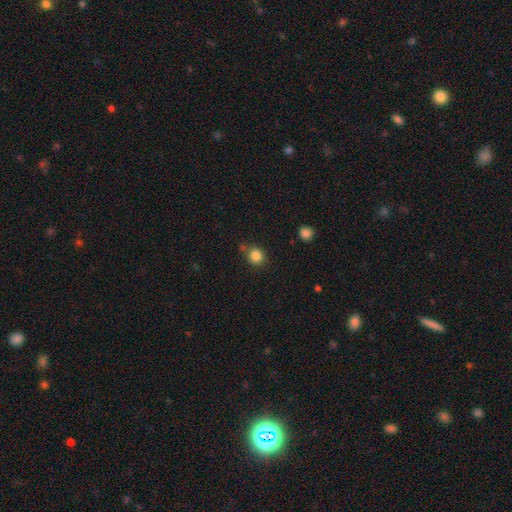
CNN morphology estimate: type=smooth (85%); roundness=round (86%); merging=none (75%).